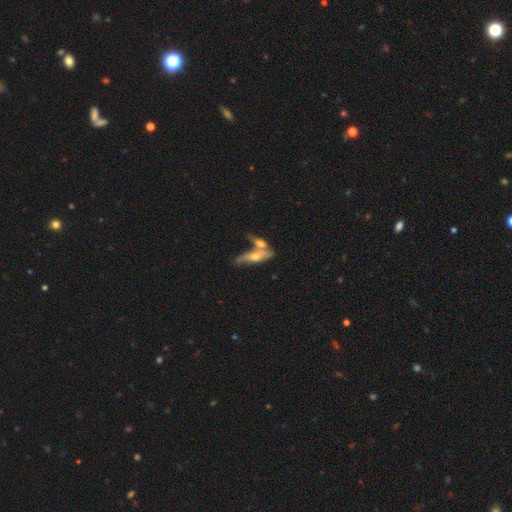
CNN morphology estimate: Smooth or featured? Predicted: featured or disk (p=0.54). Edge-on disk? Predicted: yes (p=0.53). Merging? Predicted: merger (p=0.46).